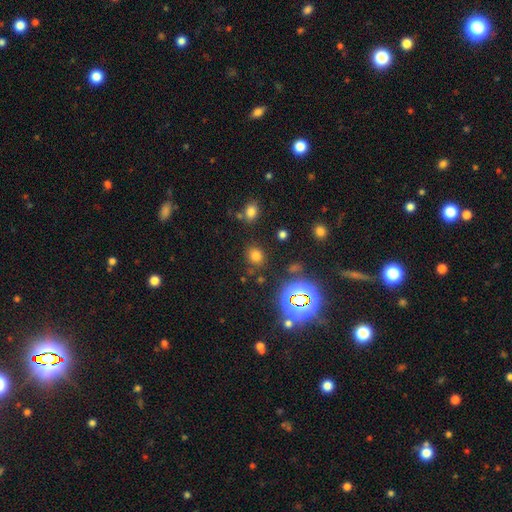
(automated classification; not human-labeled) Smooth or featured?
  - smooth: 68% *
  - star or artifact: 26%
  - featured or disk: 7%
How rounded?
  - round: 62% *
  - in between: 36%
  - cigar-shaped: 1%
Merging?
  - none: 82% *
  - minor disturbance: 10%
  - merger: 4%
  - major disturbance: 4%